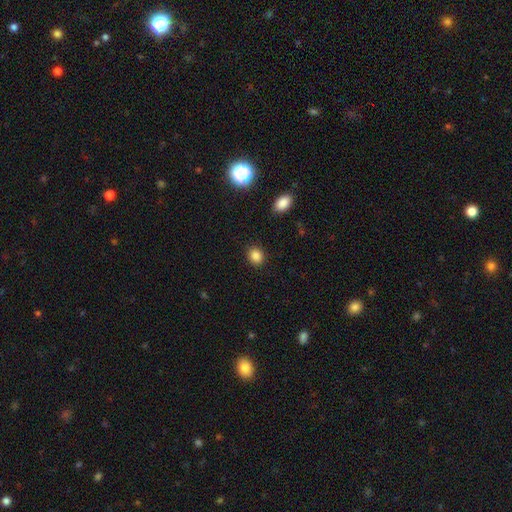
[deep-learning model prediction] Smooth or featured?
  - smooth: 85% *
  - star or artifact: 11%
  - featured or disk: 4%
How rounded?
  - round: 69% *
  - in between: 30%
  - cigar-shaped: 1%
Merging?
  - none: 90% *
  - minor disturbance: 7%
  - major disturbance: 2%
  - merger: 1%